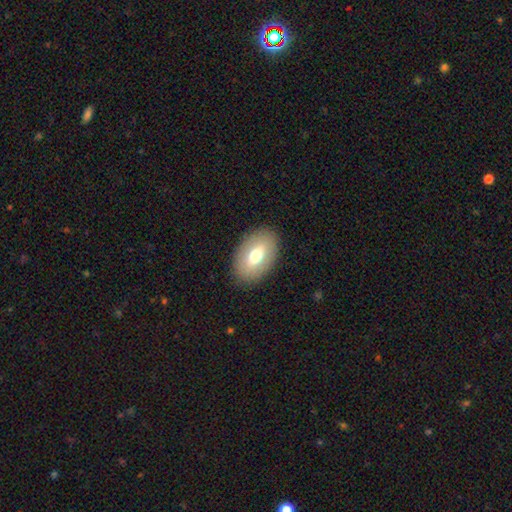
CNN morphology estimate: Q: Smooth or featured?
A: smooth (65%); runner-up: featured or disk (27%)
Q: How rounded?
A: in between (90%); runner-up: round (9%)
Q: Merging?
A: none (87%); runner-up: minor disturbance (9%)